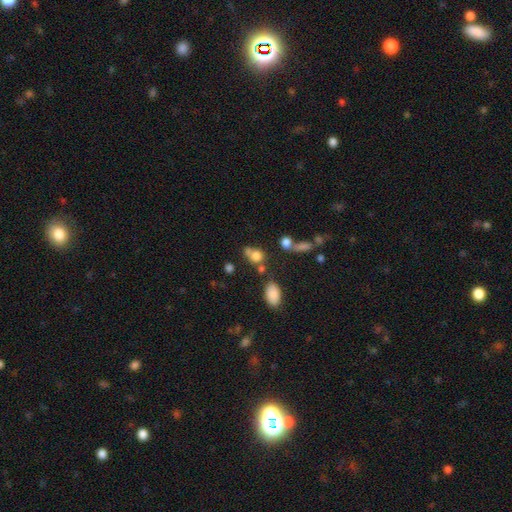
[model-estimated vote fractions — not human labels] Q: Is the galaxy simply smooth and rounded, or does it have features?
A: smooth — 77%.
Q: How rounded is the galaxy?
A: round — 56%.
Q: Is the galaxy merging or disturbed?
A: none — 40%.